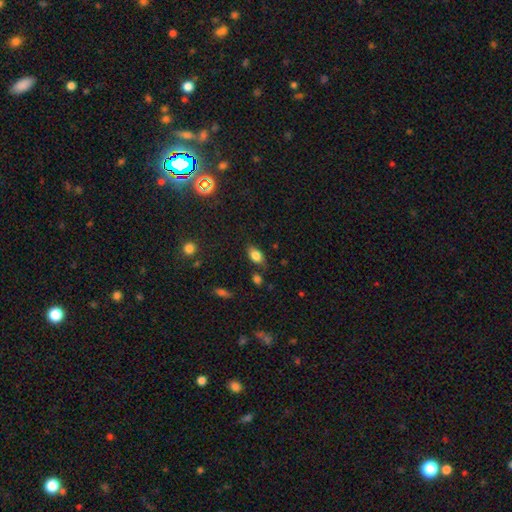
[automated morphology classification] This appears to be a smooth galaxy with no disk features (81%) that is in between round and cigar-shaped (87%). Merging: none (72%).